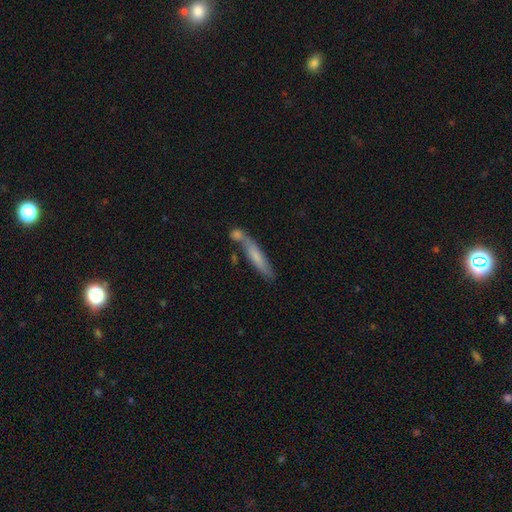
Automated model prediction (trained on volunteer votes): A smooth galaxy with no disk features (60%) that is cigar-shaped (87%). Merging: none (50%).